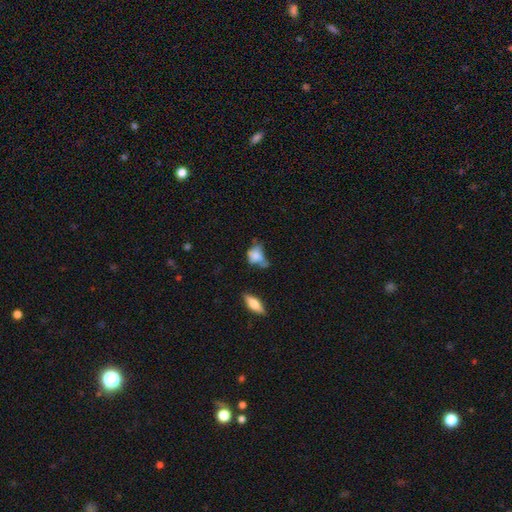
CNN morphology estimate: Smooth or featured? Predicted: smooth (p=0.68). How rounded? Predicted: in between (p=0.65). Merging? Predicted: none (p=0.31).